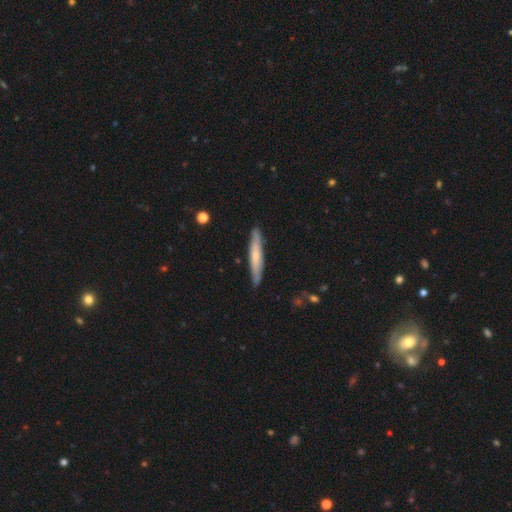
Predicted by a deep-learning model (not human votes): smooth-or-featured: smooth: 53% | featured or disk: 41% | star or artifact: 5%
  how-rounded: cigar-shaped: 93% | in between: 6% | round: 1%
  merging: none: 86% | minor disturbance: 11% | major disturbance: 2% | merger: 1%